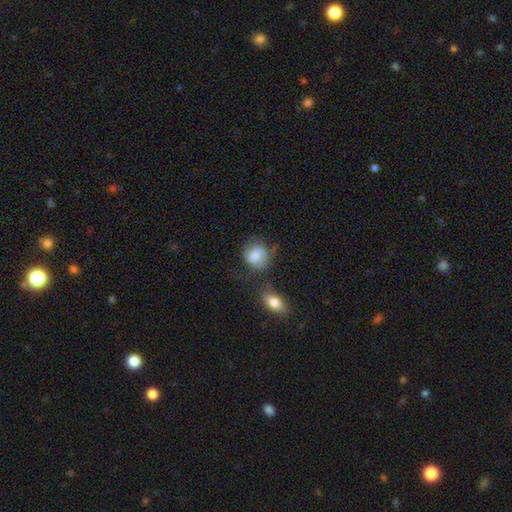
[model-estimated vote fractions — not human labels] Smooth or featured: smooth — 68% (featured or disk — 23%)
How rounded: round — 67% (in between — 31%)
Merging: none — 56% (minor disturbance — 23%)